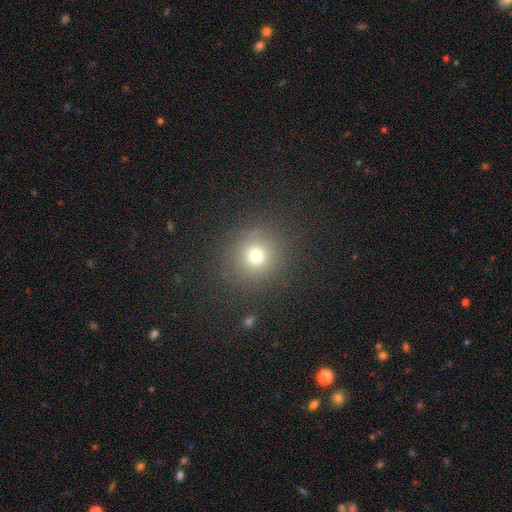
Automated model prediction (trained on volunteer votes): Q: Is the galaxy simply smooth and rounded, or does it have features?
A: smooth — 71%.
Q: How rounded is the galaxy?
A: round — 92%.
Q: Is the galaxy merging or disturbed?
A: none — 87%.